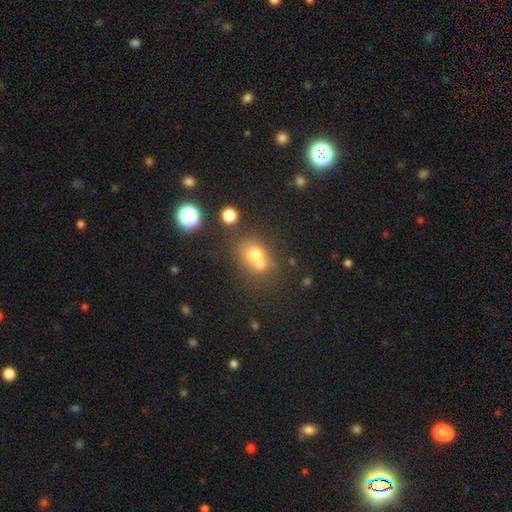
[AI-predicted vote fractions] The model was most divided on "merging": merger: 50%, none: 38%, minor disturbance: 8%, major disturbance: 4%. More confident: how rounded — round (63%); smooth or featured — smooth (61%).